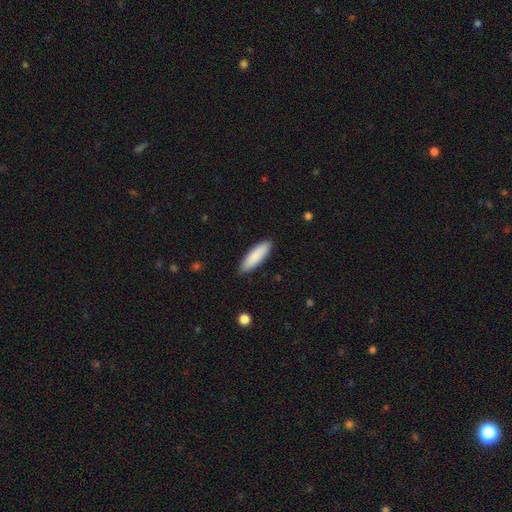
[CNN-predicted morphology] Q: Smooth or featured?
A: smooth (88%); runner-up: featured or disk (7%)
Q: How rounded?
A: cigar-shaped (52%); runner-up: in between (47%)
Q: Merging?
A: none (87%); runner-up: minor disturbance (10%)